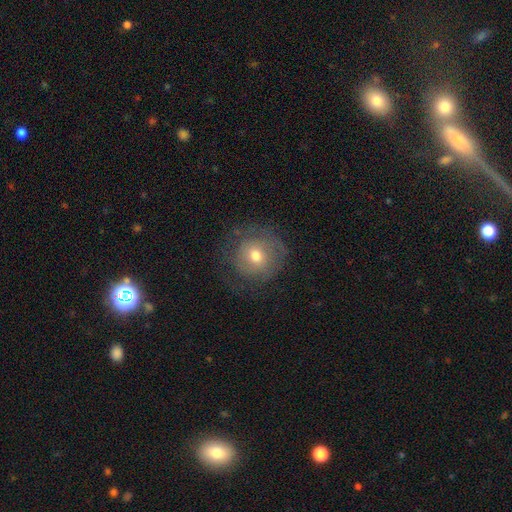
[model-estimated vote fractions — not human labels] This is possibly a smooth galaxy (57%). How rounded: clearly round (90%). Merging: likely none (66%).